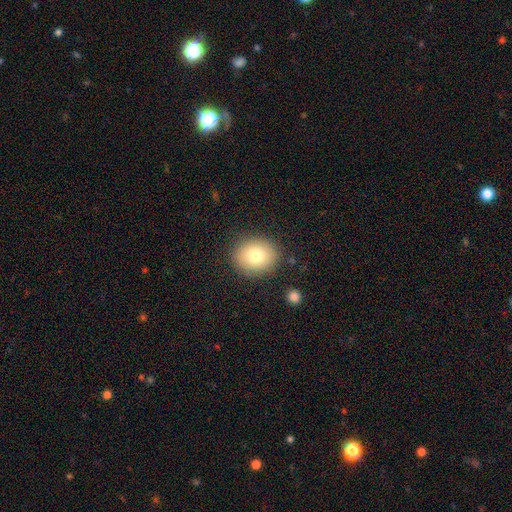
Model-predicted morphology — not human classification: Overall: smooth (78%). How rounded: round (64%; in between 35%). Merging: none (86%).